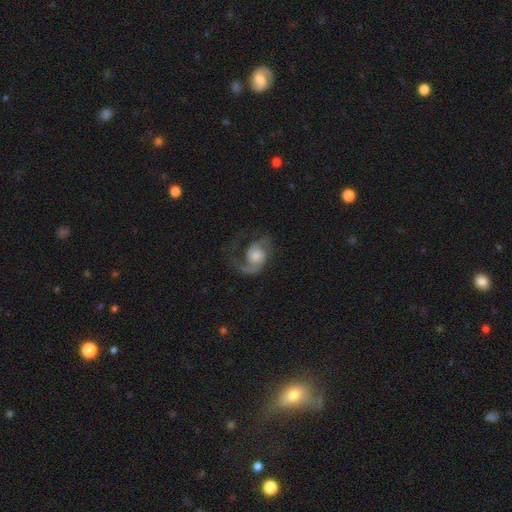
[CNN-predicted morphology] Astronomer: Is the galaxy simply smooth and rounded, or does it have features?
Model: featured or disk — 80%.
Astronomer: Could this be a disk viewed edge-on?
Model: no — 97%.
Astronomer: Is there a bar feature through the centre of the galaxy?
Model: no — 69%.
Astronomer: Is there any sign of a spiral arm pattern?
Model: yes — 95%.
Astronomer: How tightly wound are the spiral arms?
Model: medium — 46% (runner-up: loose, 38%).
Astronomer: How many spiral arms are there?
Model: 2 — 66%.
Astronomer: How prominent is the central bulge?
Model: moderate — 49% (runner-up: small, 31%).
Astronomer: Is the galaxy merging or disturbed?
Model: none — 53%.